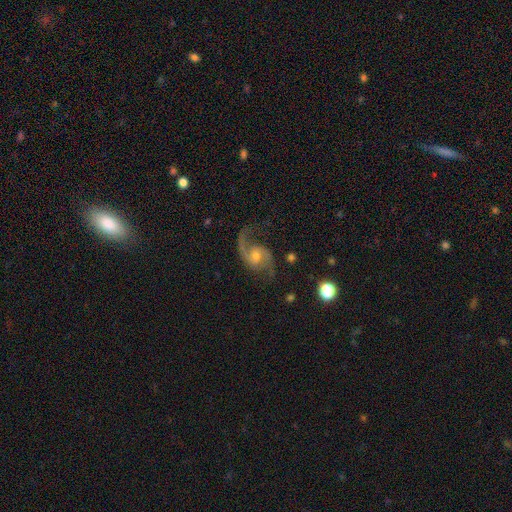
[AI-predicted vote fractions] This appears to be a featured or disk galaxy (89%) with no bar (58%), 2 (88%) loose (52%) spiral arms (97%) and a moderate central bulge (54%). Merging: none (69%).